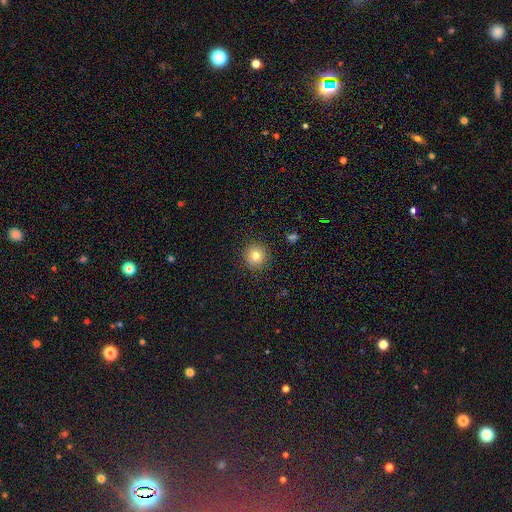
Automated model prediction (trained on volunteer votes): smooth_or_featured: smooth (p=0.79) [alt: star or artifact p=0.12]
how_rounded: round (p=0.94) [alt: in between p=0.05]
merging: none (p=0.91) [alt: minor disturbance p=0.06]